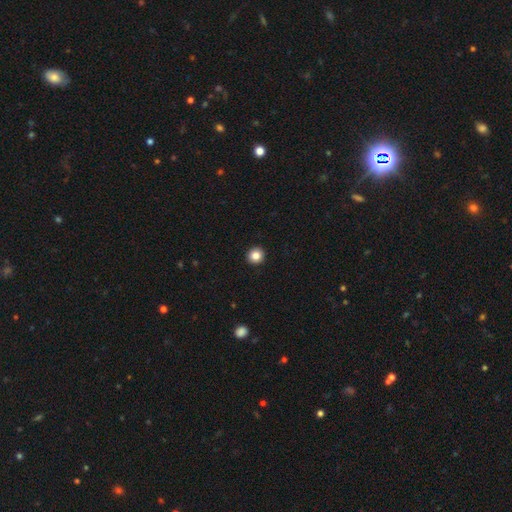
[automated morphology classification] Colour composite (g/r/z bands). It shows a smooth galaxy with no disk features (85%) that is round (94%). Merging: none (94%).